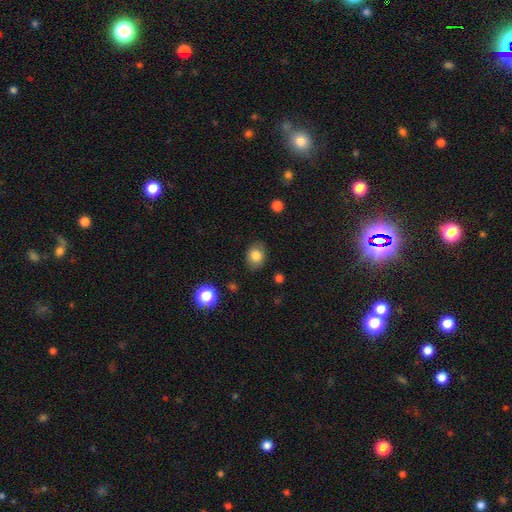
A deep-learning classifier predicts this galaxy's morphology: Smooth or featured? Predicted: smooth (p=0.81). How rounded? Predicted: in between (p=0.61). Merging? Predicted: none (p=0.84).